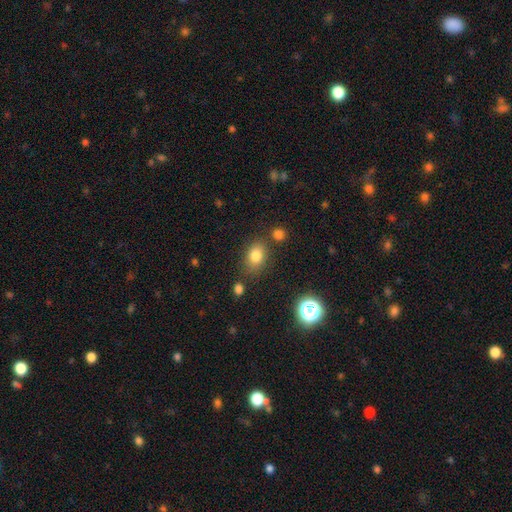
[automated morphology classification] Overall: smooth (81%). How rounded: in between (72%). Merging: none (73%).